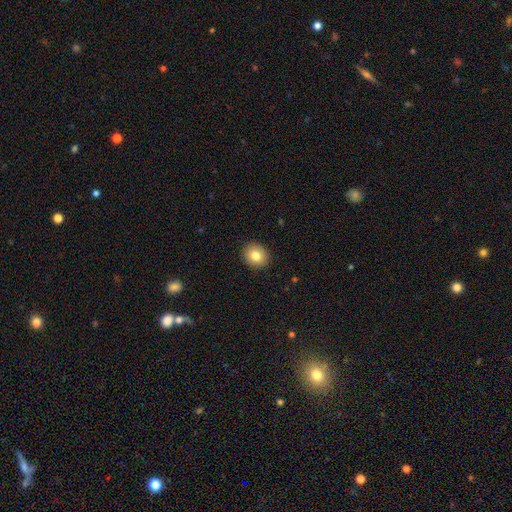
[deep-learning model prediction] Smooth or featured: smooth — 81% (featured or disk — 10%)
How rounded: round — 76% (in between — 24%)
Merging: none — 91% (minor disturbance — 6%)